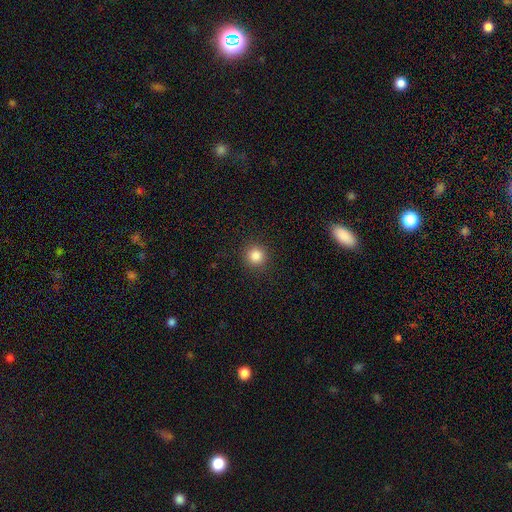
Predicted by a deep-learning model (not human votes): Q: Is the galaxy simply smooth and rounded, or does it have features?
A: smooth — 84%.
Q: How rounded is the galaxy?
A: round — 94%.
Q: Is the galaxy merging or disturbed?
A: none — 91%.